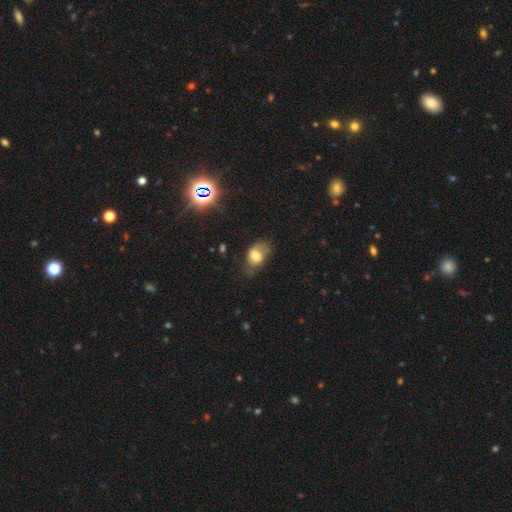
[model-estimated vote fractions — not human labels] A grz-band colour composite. It shows a smooth galaxy with no disk features (67%) that is in between round and cigar-shaped (81%). Merging: none (48%).